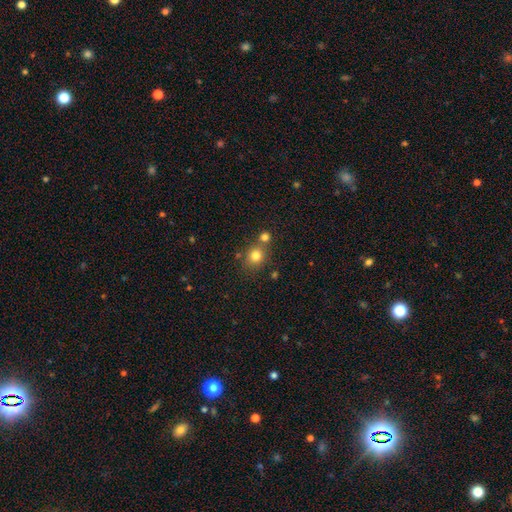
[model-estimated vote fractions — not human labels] smooth_or_featured: smooth (p=0.79) [alt: star or artifact p=0.13]
how_rounded: round (p=0.77) [alt: in between p=0.22]
merging: none (p=0.62) [alt: merger p=0.25]